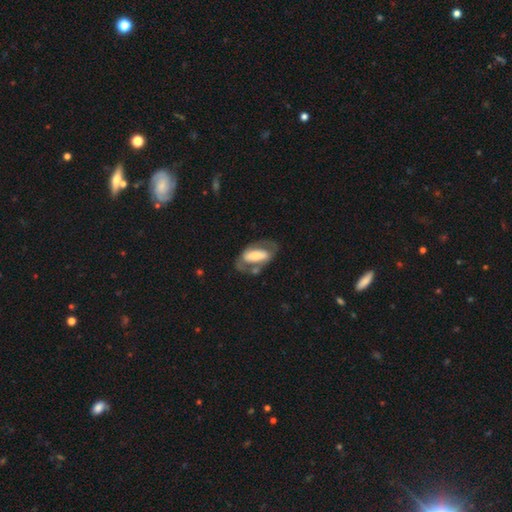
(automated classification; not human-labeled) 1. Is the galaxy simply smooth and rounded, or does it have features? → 56% featured or disk, 38% smooth, 5% star or artifact.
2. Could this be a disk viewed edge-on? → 87% no, 13% yes.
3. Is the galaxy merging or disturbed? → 51% none, 22% minor disturbance, 19% major disturbance, 8% merger.